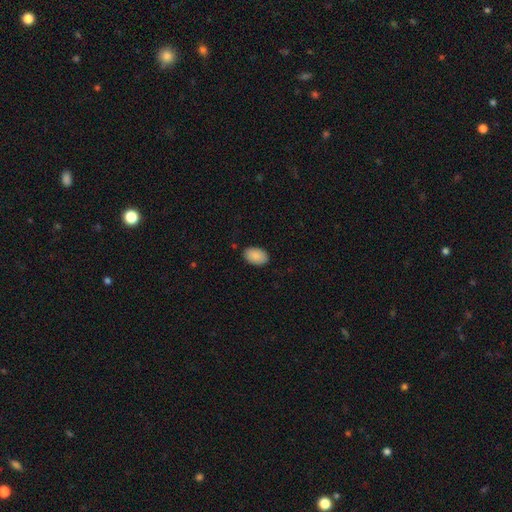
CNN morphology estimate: Smooth or featured: smooth — 89% (star or artifact — 6%)
How rounded: in between — 91% (round — 8%)
Merging: none — 88% (minor disturbance — 9%)